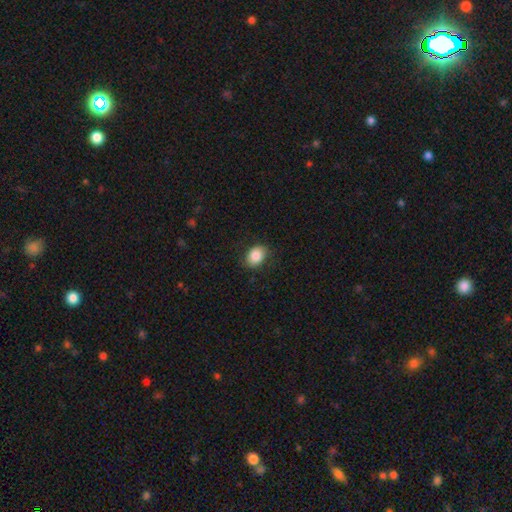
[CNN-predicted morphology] A smooth galaxy with no disk features (85%) that is in between round and cigar-shaped (66%).

Vote fractions:
- Smooth or featured? smooth: 85% / star or artifact: 8% / featured or disk: 7%
- How rounded? in between: 66% / round: 33% / cigar-shaped: 1%
- Merging? none: 83% / minor disturbance: 13% / major disturbance: 3% / merger: 1%